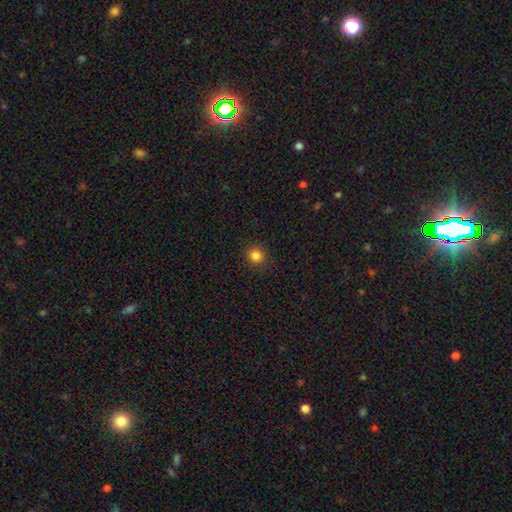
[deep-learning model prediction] smooth 84%, star or artifact 12%, featured or disk 3%. Down the decision tree: how rounded — round (91%); merging — none (91%).